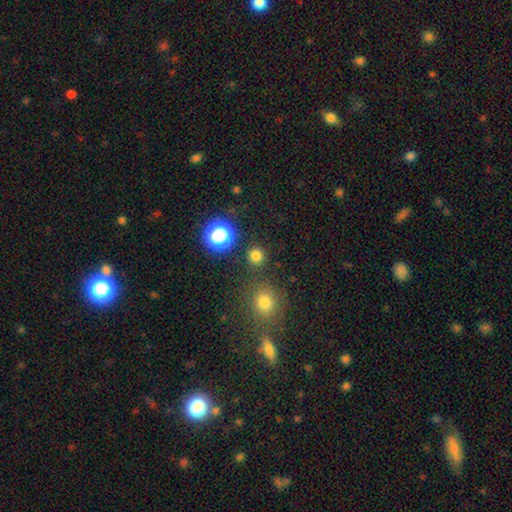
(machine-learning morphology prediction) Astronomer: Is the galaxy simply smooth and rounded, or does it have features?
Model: smooth — 76%.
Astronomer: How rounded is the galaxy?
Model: round — 94%.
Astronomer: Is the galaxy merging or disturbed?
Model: none — 87%.